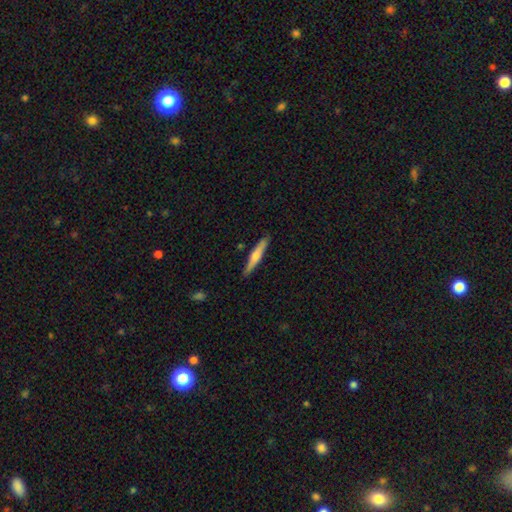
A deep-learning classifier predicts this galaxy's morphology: smooth_or_featured: featured or disk (p=0.48) [alt: smooth p=0.47]
merging: none (p=0.89) [alt: minor disturbance p=0.08]